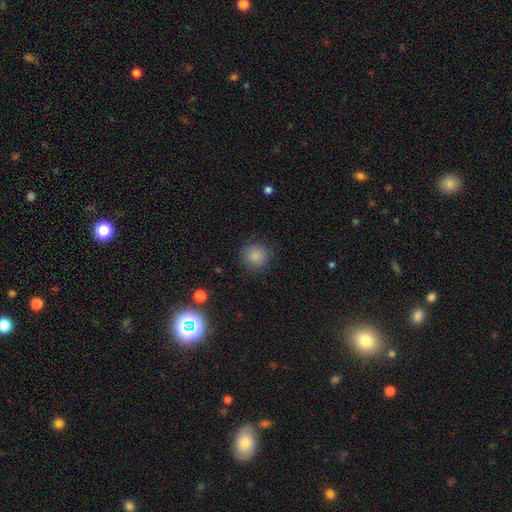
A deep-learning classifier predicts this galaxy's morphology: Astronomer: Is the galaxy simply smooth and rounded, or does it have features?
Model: smooth — 85%.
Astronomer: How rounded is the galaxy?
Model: round — 93%.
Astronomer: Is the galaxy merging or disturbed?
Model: none — 87%.